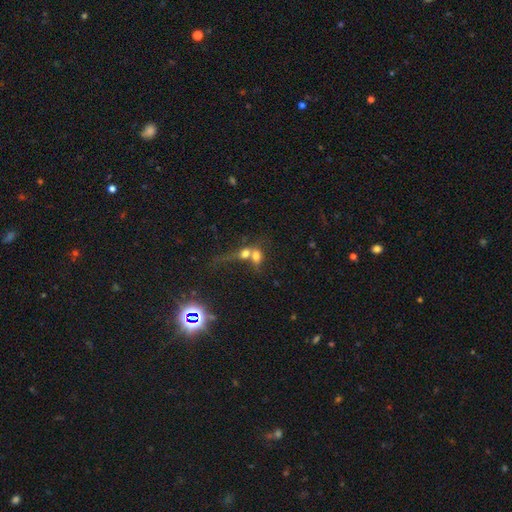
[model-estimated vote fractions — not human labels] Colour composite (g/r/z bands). It shows a smooth galaxy with no disk features (66%) that is in between round and cigar-shaped (60%). Merging: merger (68%).